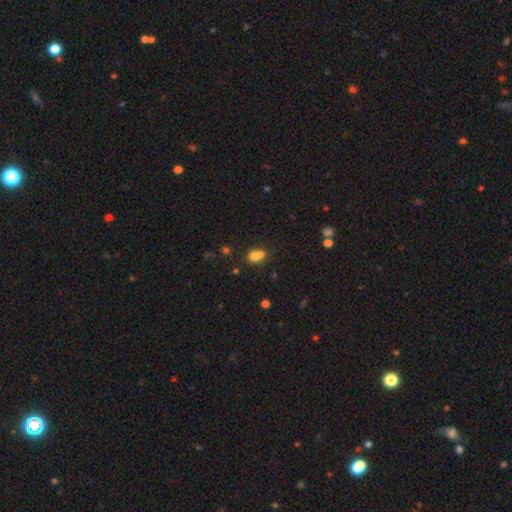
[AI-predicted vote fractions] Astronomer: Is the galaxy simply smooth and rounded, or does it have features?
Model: smooth — 77%.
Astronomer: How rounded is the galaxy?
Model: in between — 65%.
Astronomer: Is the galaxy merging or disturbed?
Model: none — 43% (runner-up: merger, 32%).